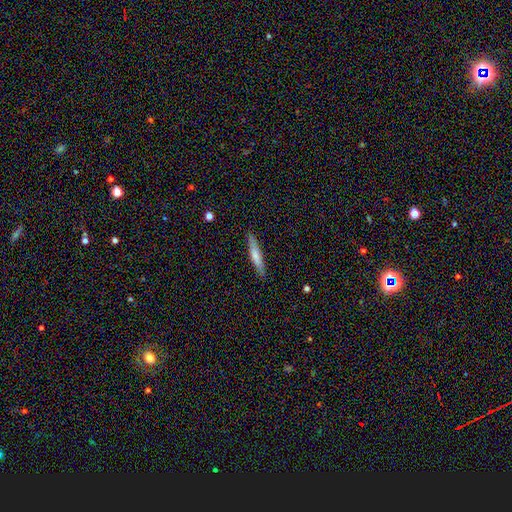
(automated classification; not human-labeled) smooth 68%, featured or disk 27%, star or artifact 6%. Down the decision tree: how rounded — cigar-shaped (91%); merging — none (89%).